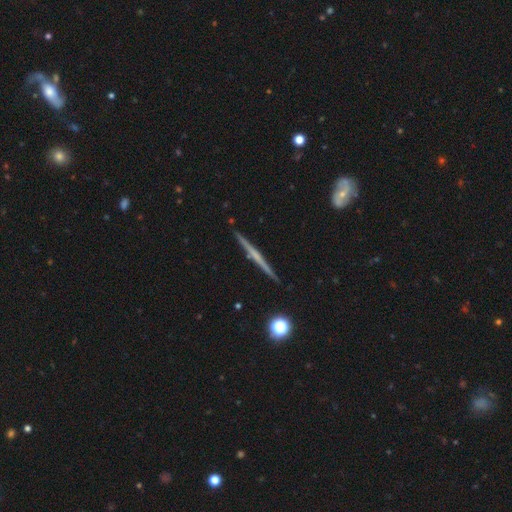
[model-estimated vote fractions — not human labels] The model was most divided on "smooth or featured": featured or disk: 69%, smooth: 25%, star or artifact: 6%. More confident: edge-on disk — yes (98%); merging — none (91%); edge-on bulge — none (70%).